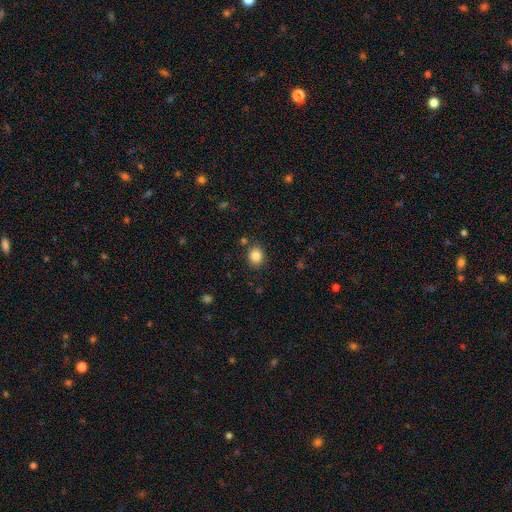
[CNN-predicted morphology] A smooth galaxy with no disk features (84%) that is round (71%). Merging: none (85%).